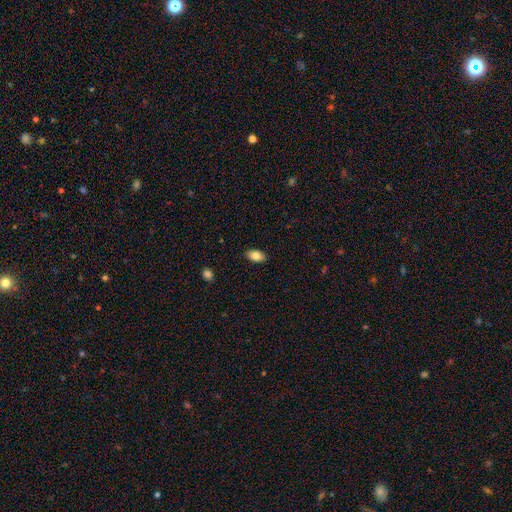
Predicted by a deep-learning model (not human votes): smooth_or_featured: smooth (p=0.84) [alt: featured or disk p=0.09]
how_rounded: in between (p=0.92) [alt: round p=0.06]
merging: none (p=0.88) [alt: minor disturbance p=0.09]